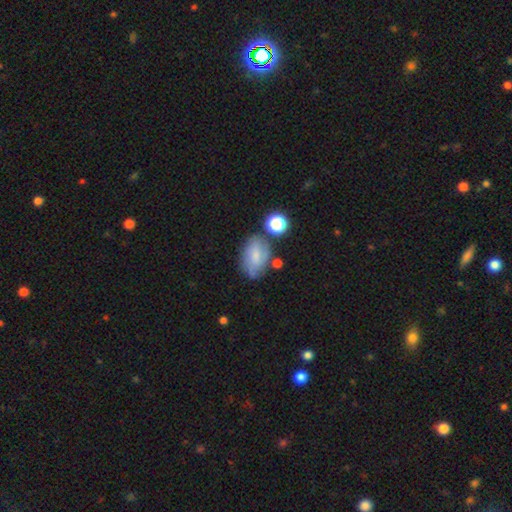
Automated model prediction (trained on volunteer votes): Smooth or featured?
  - smooth: 60% *
  - featured or disk: 30%
  - star or artifact: 10%
How rounded?
  - in between: 82% *
  - round: 16%
  - cigar-shaped: 2%
Merging?
  - none: 53% *
  - minor disturbance: 26%
  - merger: 12%
  - major disturbance: 10%